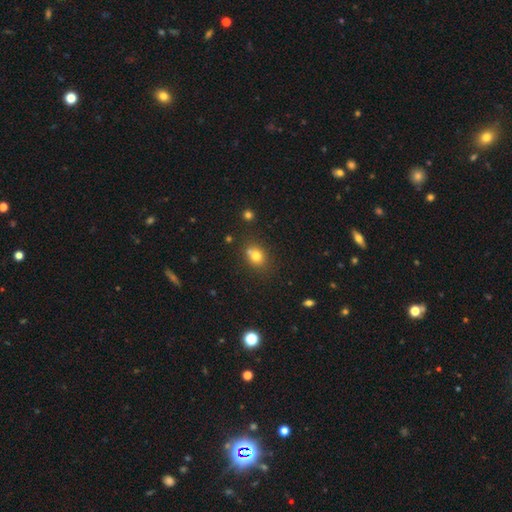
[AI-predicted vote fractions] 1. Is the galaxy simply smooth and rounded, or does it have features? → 75% smooth, 14% star or artifact, 11% featured or disk.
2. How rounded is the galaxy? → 54% round, 44% in between, 1% cigar-shaped.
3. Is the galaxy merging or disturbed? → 56% none, 26% merger, 14% minor disturbance, 4% major disturbance.